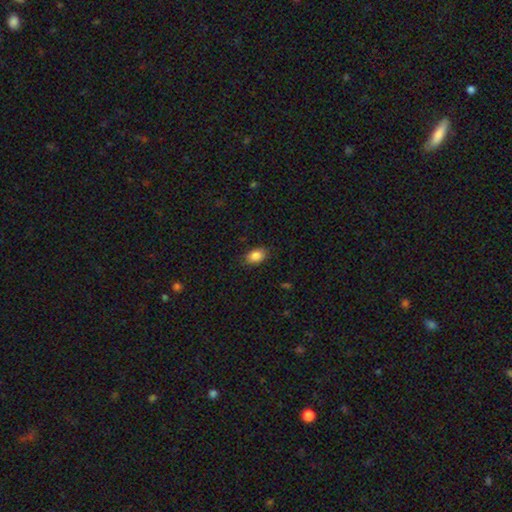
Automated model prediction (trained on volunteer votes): Smooth or featured? smooth (86%)
How rounded? in between (82%)
Merging? none (82%)